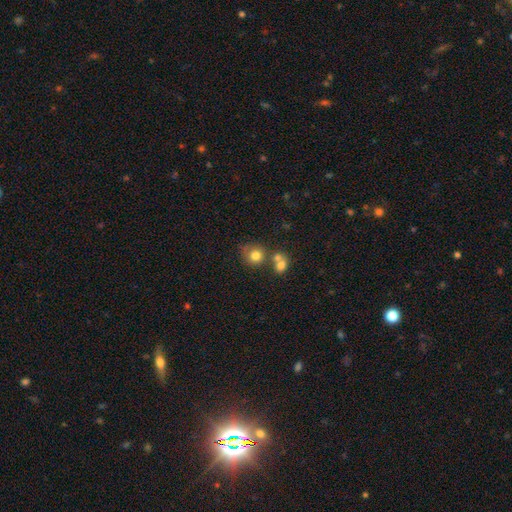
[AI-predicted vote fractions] smooth-or-featured: smooth: 78% | star or artifact: 11% | featured or disk: 11%
  how-rounded: round: 84% | in between: 15% | cigar-shaped: 1%
  merging: none: 52% | merger: 29% | minor disturbance: 13% | major disturbance: 6%